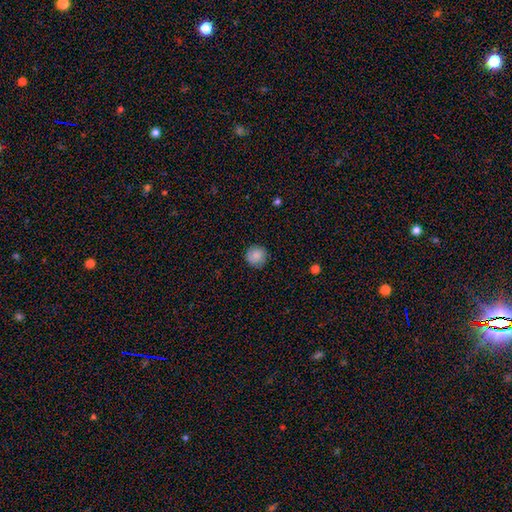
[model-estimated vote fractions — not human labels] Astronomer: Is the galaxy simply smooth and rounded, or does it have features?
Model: smooth — 84%.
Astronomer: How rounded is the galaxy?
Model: round — 93%.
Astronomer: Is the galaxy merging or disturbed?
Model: none — 86%.